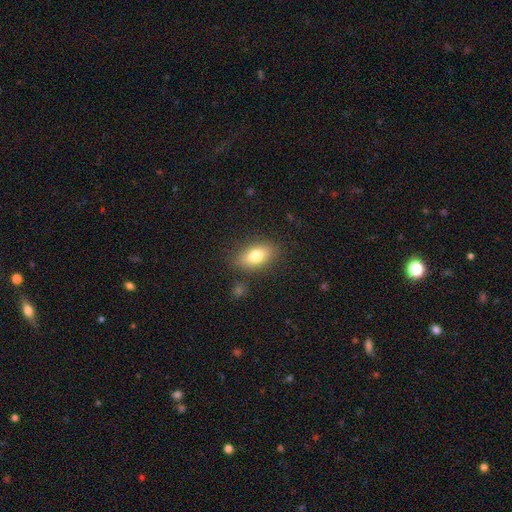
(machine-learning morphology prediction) smooth-or-featured: smooth: 75% | featured or disk: 16% | star or artifact: 9%
  how-rounded: in between: 85% | round: 10% | cigar-shaped: 5%
  merging: none: 83% | minor disturbance: 11% | major disturbance: 3% | merger: 3%